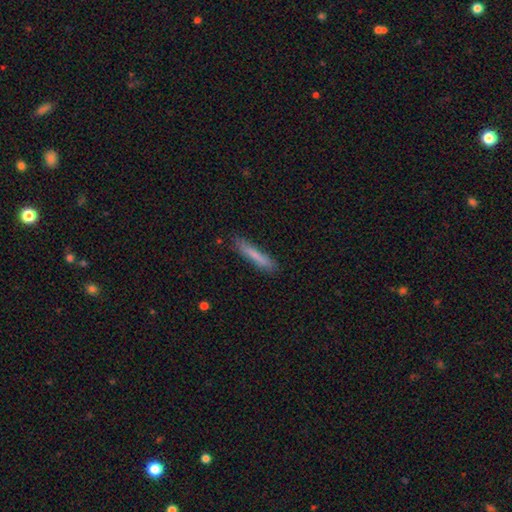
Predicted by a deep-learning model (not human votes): Q: Smooth or featured?
A: smooth (77%); runner-up: featured or disk (16%)
Q: How rounded?
A: cigar-shaped (93%); runner-up: in between (6%)
Q: Merging?
A: none (81%); runner-up: minor disturbance (14%)